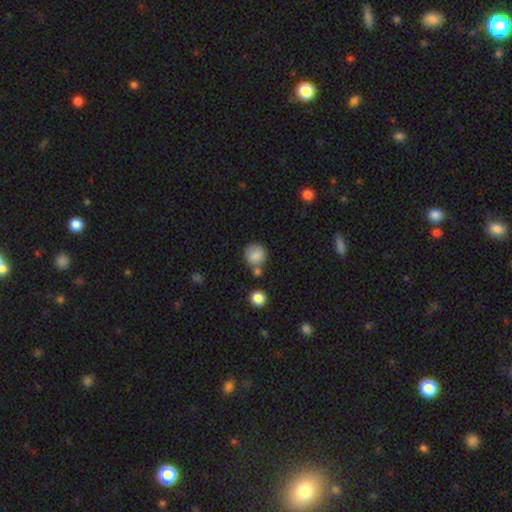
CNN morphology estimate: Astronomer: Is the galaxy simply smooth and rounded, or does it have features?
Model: smooth — 84%.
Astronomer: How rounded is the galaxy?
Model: round — 89%.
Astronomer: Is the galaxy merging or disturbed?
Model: none — 68%.